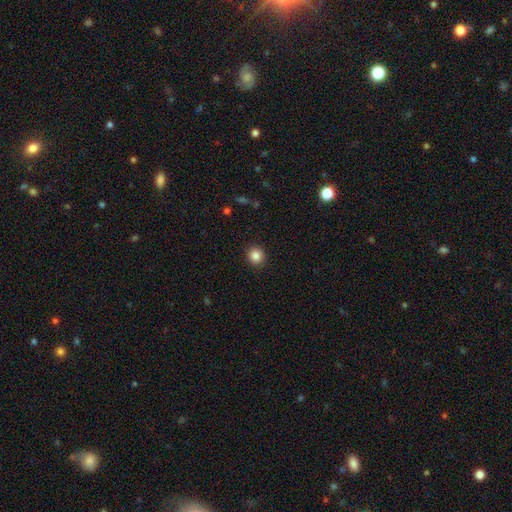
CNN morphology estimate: Overall: smooth (85%). How rounded: round (91%). Merging: none (91%).